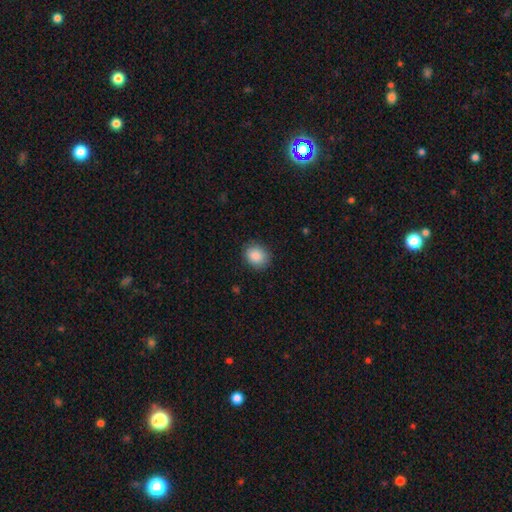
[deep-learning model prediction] smooth 88%, star or artifact 8%, featured or disk 4%. Down the decision tree: how rounded — round (54%); merging — none (85%).